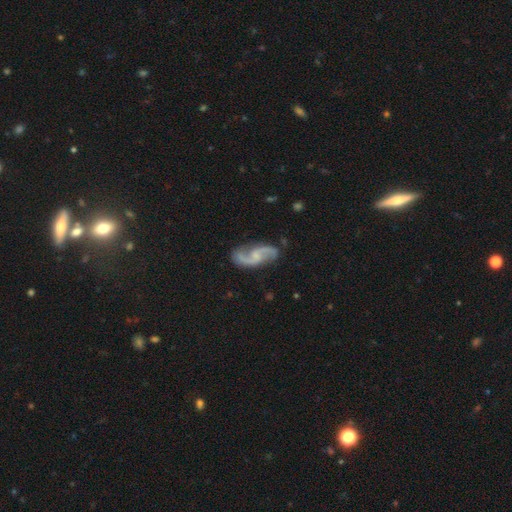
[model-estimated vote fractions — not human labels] Smooth or featured? Predicted: featured or disk (p=0.89). Edge-on disk? Predicted: no (p=0.97). Bar? Predicted: no (p=0.48). Spiral arms? Predicted: yes (p=0.97). Spiral winding? Predicted: loose (p=0.54). Spiral arm count? Predicted: 2 (p=0.94). Bulge size? Predicted: small (p=0.43). Merging? Predicted: none (p=0.80).